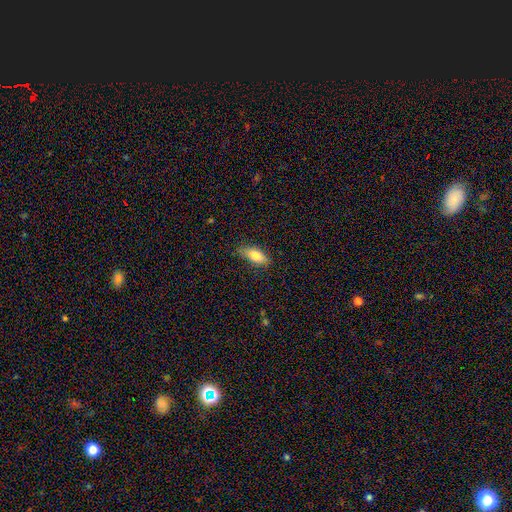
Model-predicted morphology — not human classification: This appears to be a smooth galaxy with no disk features (79%) that is in between round and cigar-shaped (79%). Merging: none (78%).